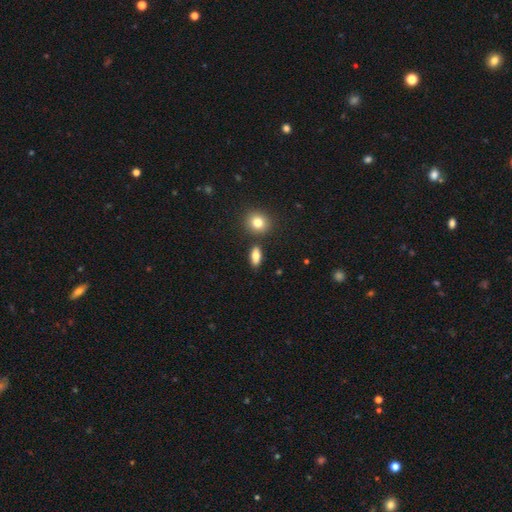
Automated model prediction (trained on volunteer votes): Smooth or featured: smooth — 80% (featured or disk — 12%)
How rounded: in between — 78% (cigar-shaped — 13%)
Merging: none — 83% (minor disturbance — 9%)